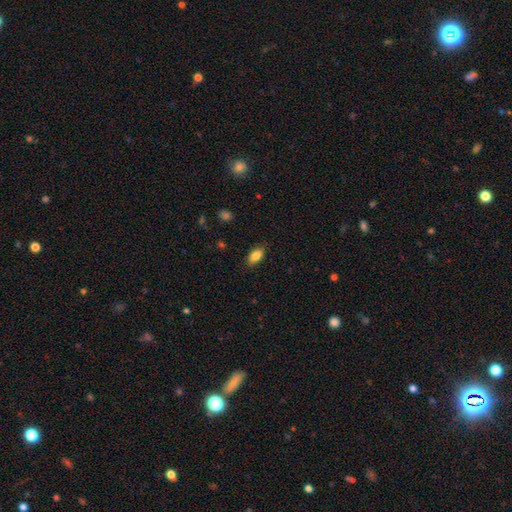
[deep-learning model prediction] This appears to be a smooth galaxy with no disk features (86%) that is in between round and cigar-shaped (91%). Merging: none (85%).